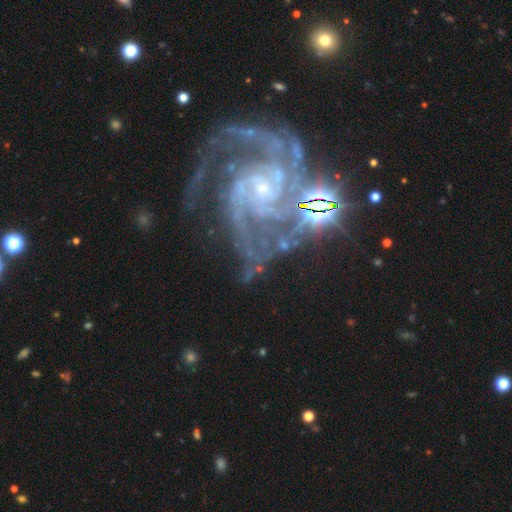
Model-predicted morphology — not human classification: Q: Smooth or featured?
A: featured or disk (90%); runner-up: star or artifact (7%)
Q: Edge-on disk?
A: no (98%); runner-up: yes (2%)
Q: Bar?
A: no (64%); runner-up: weak (26%)
Q: Spiral arms?
A: yes (98%); runner-up: no (2%)
Q: Spiral winding?
A: tight (54%); runner-up: medium (40%)
Q: Spiral arm count?
A: 2 (27%); runner-up: 3 (25%)
Q: Bulge size?
A: small (83%); runner-up: moderate (10%)
Q: Merging?
A: none (60%); runner-up: minor disturbance (19%)